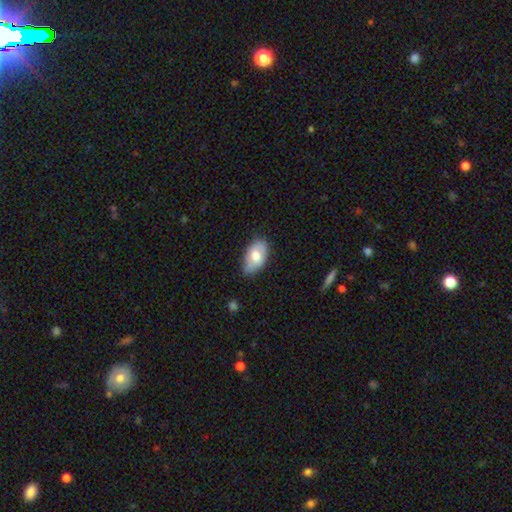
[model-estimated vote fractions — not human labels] This appears to be a smooth galaxy with no disk features (69%) that is in between round and cigar-shaped (93%). Merging: none (68%).